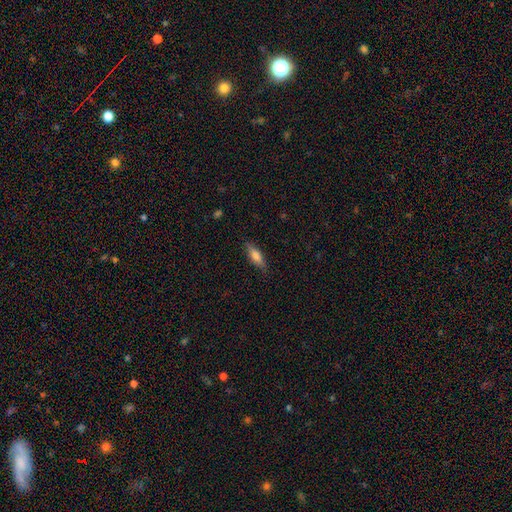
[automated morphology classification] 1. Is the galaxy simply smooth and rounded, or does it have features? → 71% smooth, 22% featured or disk, 7% star or artifact.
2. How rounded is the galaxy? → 49% cigar-shaped (tied), 49% in between (tied), 2% round.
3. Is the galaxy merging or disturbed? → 82% none, 14% minor disturbance, 3% major disturbance, 1% merger.